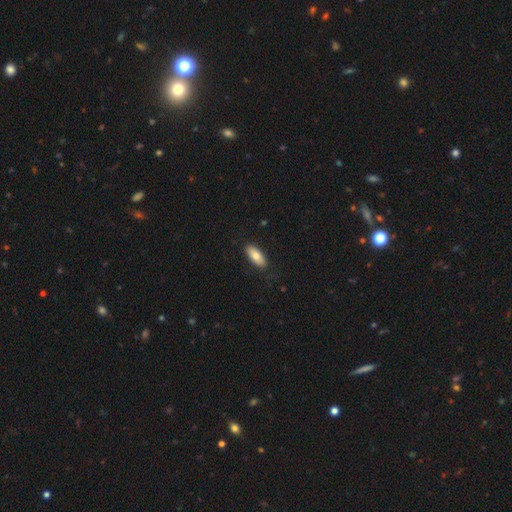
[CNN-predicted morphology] The model was most divided on "smooth or featured": smooth: 77%, featured or disk: 17%, star or artifact: 6%. More confident: how rounded — in between (86%); merging — none (85%).